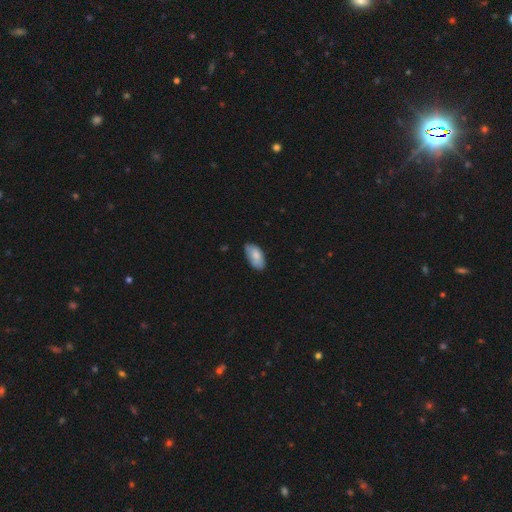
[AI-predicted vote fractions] Smooth or featured? Predicted: smooth (p=0.79). How rounded? Predicted: in between (p=0.94). Merging? Predicted: none (p=0.68).